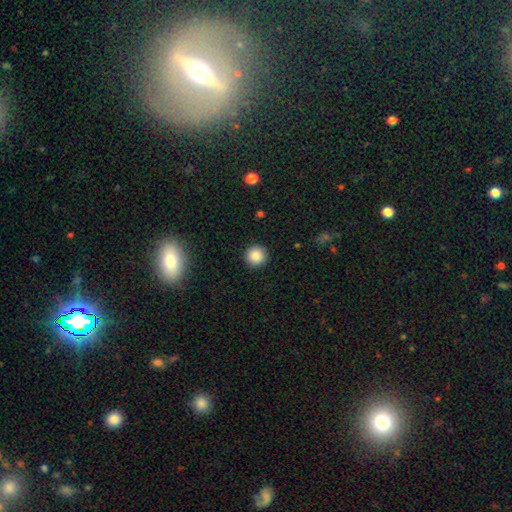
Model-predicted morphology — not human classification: smooth-or-featured: smooth: 86% | star or artifact: 10% | featured or disk: 4%
  how-rounded: round: 95% | in between: 4% | cigar-shaped: 1%
  merging: none: 92% | minor disturbance: 5% | major disturbance: 2% | merger: 1%